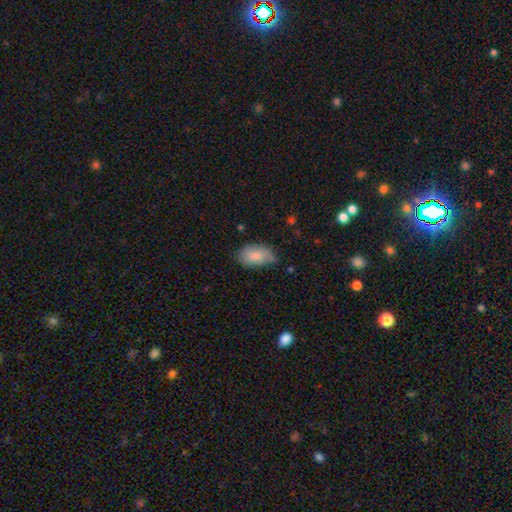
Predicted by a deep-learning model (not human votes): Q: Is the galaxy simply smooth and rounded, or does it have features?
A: smooth — 80%.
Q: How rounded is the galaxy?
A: in between — 92%.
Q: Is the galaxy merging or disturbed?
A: none — 58%.